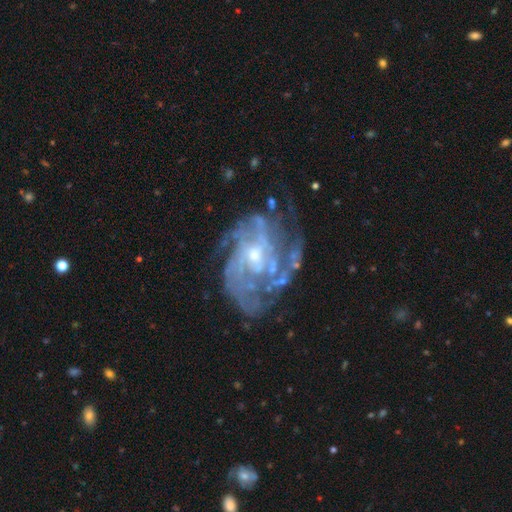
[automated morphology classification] Q: Smooth or featured?
A: featured or disk (88%); runner-up: star or artifact (7%)
Q: Edge-on disk?
A: no (97%); runner-up: yes (3%)
Q: Bar?
A: no (62%); runner-up: weak (32%)
Q: Spiral arms?
A: yes (90%); runner-up: no (10%)
Q: Spiral winding?
A: tight (49%); runner-up: medium (38%)
Q: Spiral arm count?
A: can't tell (37%); runner-up: 3 (19%)
Q: Bulge size?
A: small (48%); runner-up: moderate (46%)
Q: Merging?
A: none (57%); runner-up: minor disturbance (21%)